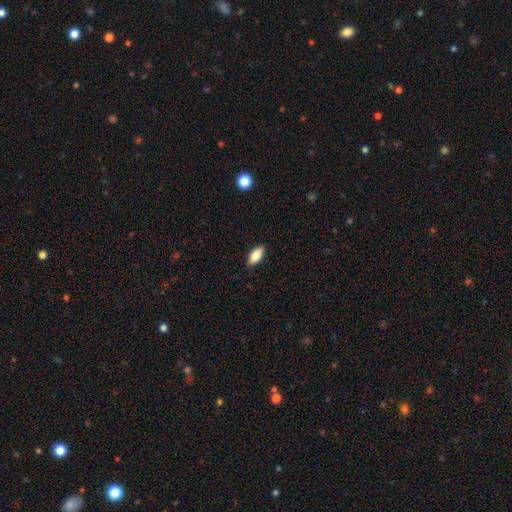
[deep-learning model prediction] smooth_or_featured: smooth (p=0.83) [alt: featured or disk p=0.11]
how_rounded: in between (p=0.86) [alt: cigar-shaped p=0.12]
merging: none (p=0.88) [alt: minor disturbance p=0.09]